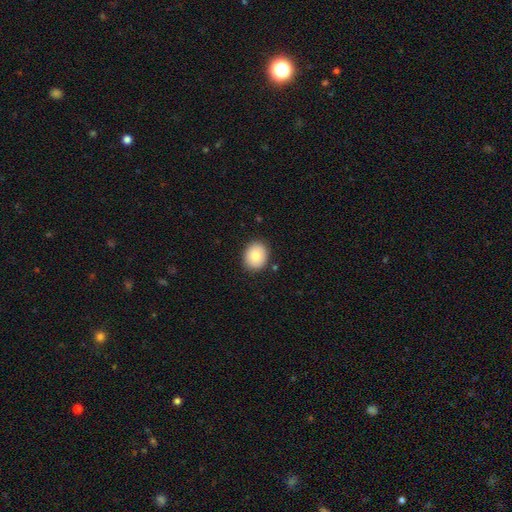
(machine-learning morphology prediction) This is clearly a smooth galaxy (83%). How rounded: likely round (60%). Merging: clearly none (88%).